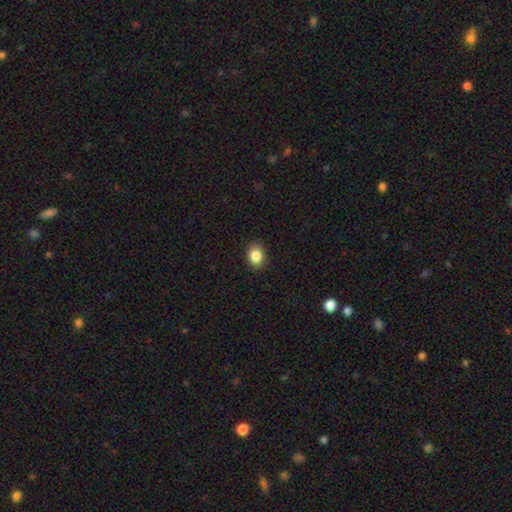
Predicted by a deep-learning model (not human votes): smooth 86%, star or artifact 9%, featured or disk 5%. Down the decision tree: how rounded — in between (58%); merging — none (89%).